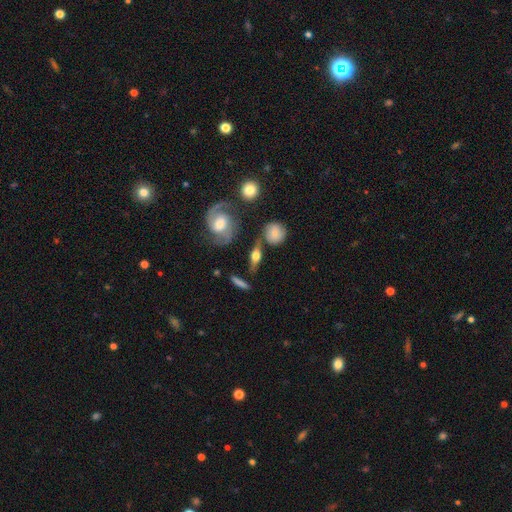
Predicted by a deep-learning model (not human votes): Smooth or featured? Predicted: featured or disk (p=0.58). Edge-on disk? Predicted: yes (p=0.61). Merging? Predicted: none (p=0.73).